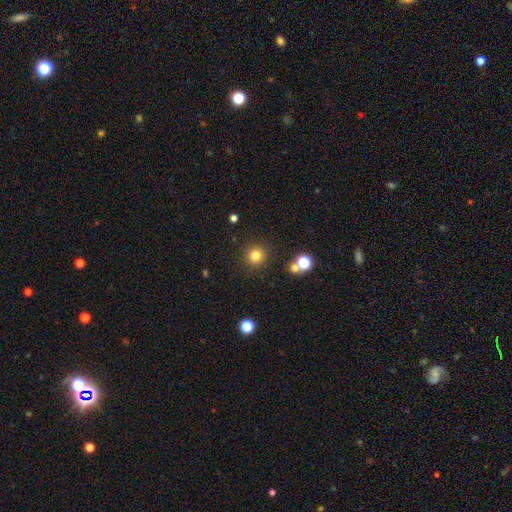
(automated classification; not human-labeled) Smooth or featured? Predicted: smooth (p=0.80). How rounded? Predicted: round (p=0.92). Merging? Predicted: none (p=0.88).